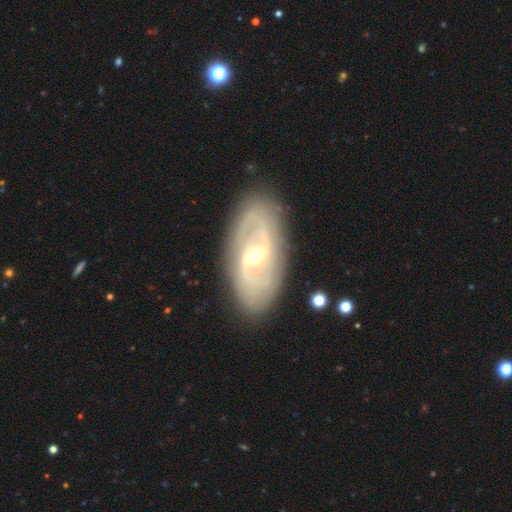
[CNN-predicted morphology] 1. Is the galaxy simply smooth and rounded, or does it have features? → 82% featured or disk, 12% smooth, 6% star or artifact.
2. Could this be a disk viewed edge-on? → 93% no, 7% yes.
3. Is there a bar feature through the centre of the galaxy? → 48% weak, 31% strong, 21% no.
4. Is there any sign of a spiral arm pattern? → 86% yes, 14% no.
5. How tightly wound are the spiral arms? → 39% medium (tied), 39% tight (tied), 22% loose.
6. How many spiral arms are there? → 69% 2, 19% can't tell, 5% 3, 3% 1, 2% 4, 2% more than 4.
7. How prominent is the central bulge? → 51% moderate, 45% small, 2% large, 1% none, 1% dominant.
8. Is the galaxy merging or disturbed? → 85% none, 11% minor disturbance, 3% major disturbance, 1% merger.